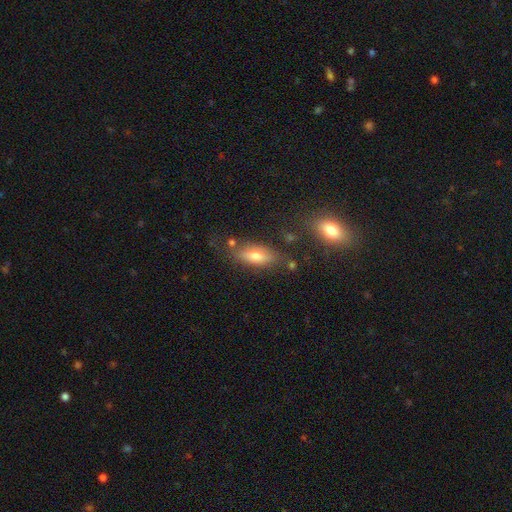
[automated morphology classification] The model was most divided on "smooth or featured": smooth: 65%, featured or disk: 26%, star or artifact: 9%. More confident: merging — none (71%); how rounded — in between (70%).